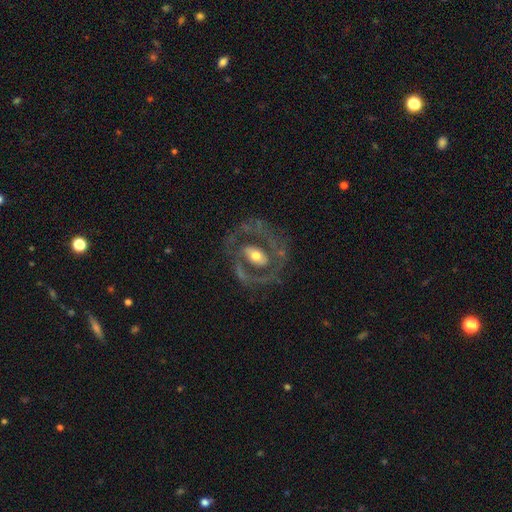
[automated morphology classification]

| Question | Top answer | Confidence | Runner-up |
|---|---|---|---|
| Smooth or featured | featured or disk | 78% | smooth (17%) |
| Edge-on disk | no | 95% | yes (5%) |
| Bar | no | 48% | weak (31%) |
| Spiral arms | yes | 61% | no (39%) |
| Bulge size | moderate | 67% | small (17%) |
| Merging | none | 61% | major disturbance (19%) |